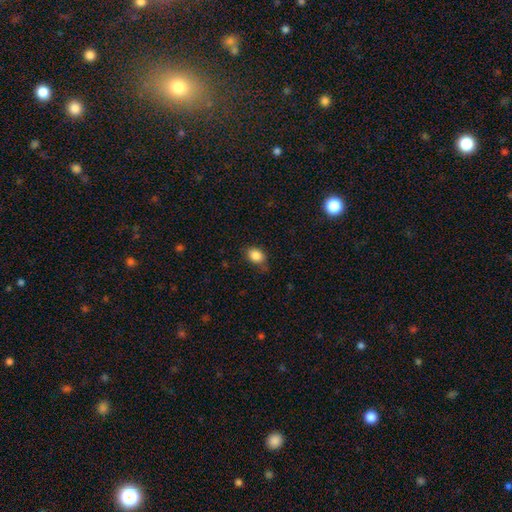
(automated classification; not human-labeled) This appears to be a smooth galaxy with no disk features (86%) that is in between round and cigar-shaped (68%). Merging: none (74%).